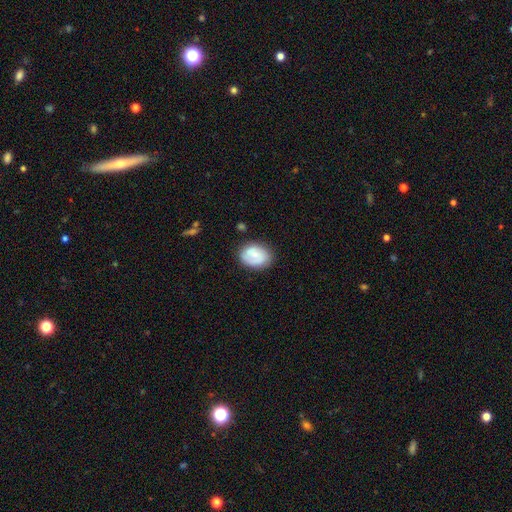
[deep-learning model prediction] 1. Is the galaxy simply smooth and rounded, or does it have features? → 51% smooth, 42% featured or disk, 7% star or artifact.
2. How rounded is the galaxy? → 64% in between, 35% round, 1% cigar-shaped.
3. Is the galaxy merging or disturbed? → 73% none, 19% minor disturbance, 5% major disturbance, 2% merger.